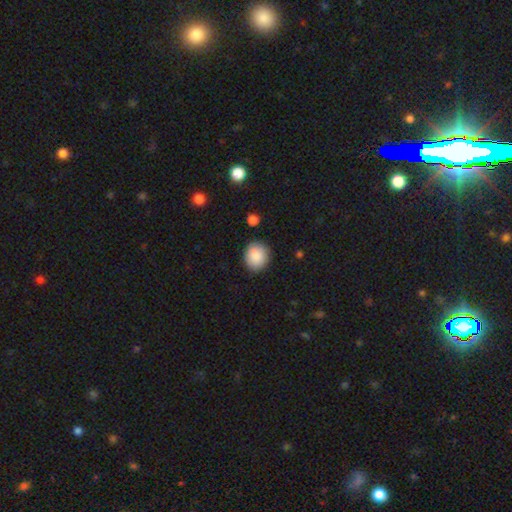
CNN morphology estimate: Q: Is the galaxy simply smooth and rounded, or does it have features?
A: smooth — 89%.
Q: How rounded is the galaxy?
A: round — 67%.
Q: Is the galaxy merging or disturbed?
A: none — 85%.